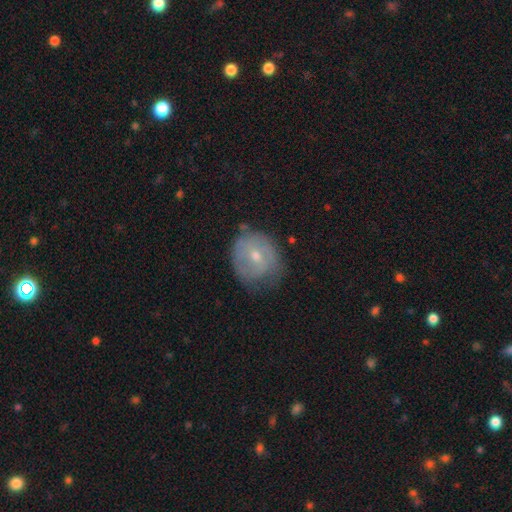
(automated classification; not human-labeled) smooth-or-featured: featured or disk: 53% | smooth: 39% | star or artifact: 8%
  disk-edge-on: no: 96% | yes: 4%
    bar: no: 55% | weak: 38% | strong: 7%
    has-spiral-arms: yes: 61% | no: 39%
    bulge-size: small: 52% | moderate: 45% | none: 1% | large: 1% | dominant: 1%
  merging: none: 57% | minor disturbance: 30% | major disturbance: 11% | merger: 2%